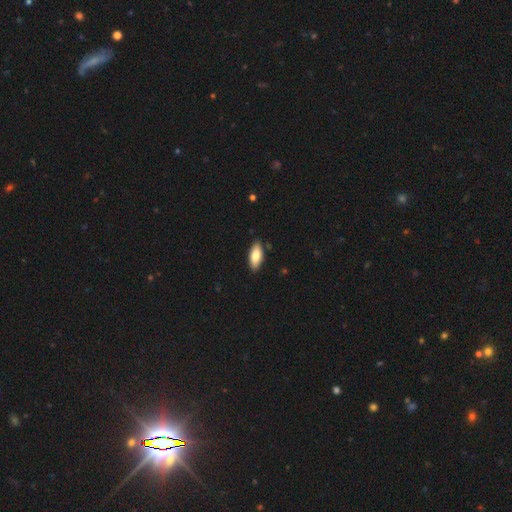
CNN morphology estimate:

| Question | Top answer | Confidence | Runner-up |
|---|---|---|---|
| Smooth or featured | smooth | 82% | featured or disk (12%) |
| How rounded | in between | 83% | cigar-shaped (15%) |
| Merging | none | 87% | minor disturbance (10%) |